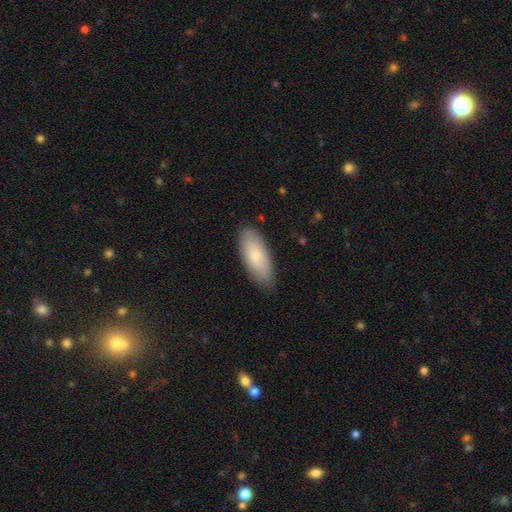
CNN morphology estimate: A smooth galaxy with no disk features (79%) that is in between round and cigar-shaped (81%). Merging: none (83%).